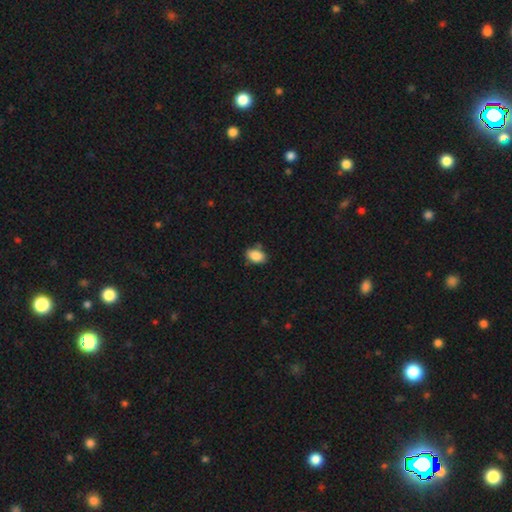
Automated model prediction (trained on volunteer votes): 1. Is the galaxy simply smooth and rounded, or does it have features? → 88% smooth, 8% star or artifact, 5% featured or disk.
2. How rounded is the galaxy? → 86% in between, 13% round, 1% cigar-shaped.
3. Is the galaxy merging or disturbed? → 79% none, 14% minor disturbance, 4% merger, 3% major disturbance.